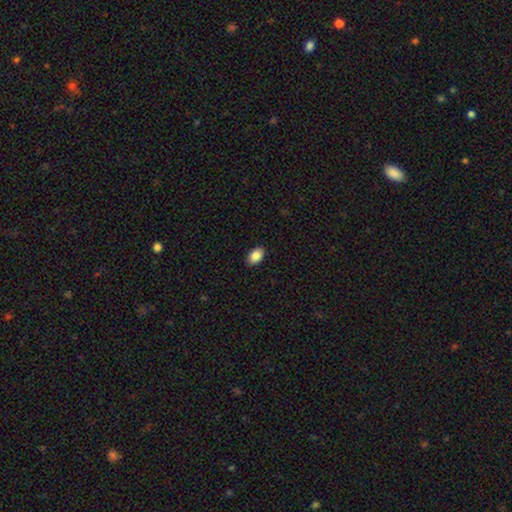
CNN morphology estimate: A smooth galaxy with no disk features (87%) that is in between round and cigar-shaped (90%). Merging: none (90%).